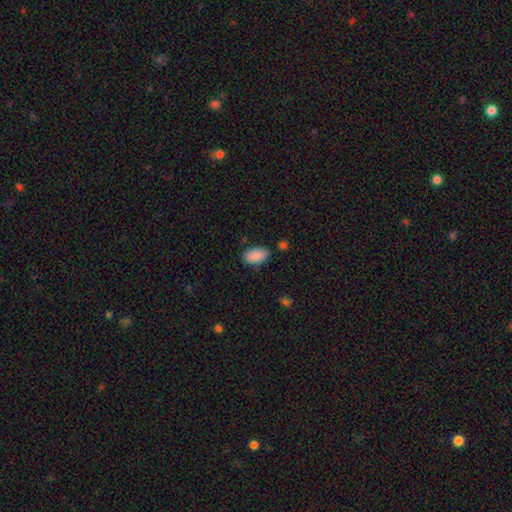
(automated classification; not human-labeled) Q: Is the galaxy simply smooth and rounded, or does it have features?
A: smooth — 90%.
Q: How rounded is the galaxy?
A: in between — 94%.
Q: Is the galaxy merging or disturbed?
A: none — 80%.